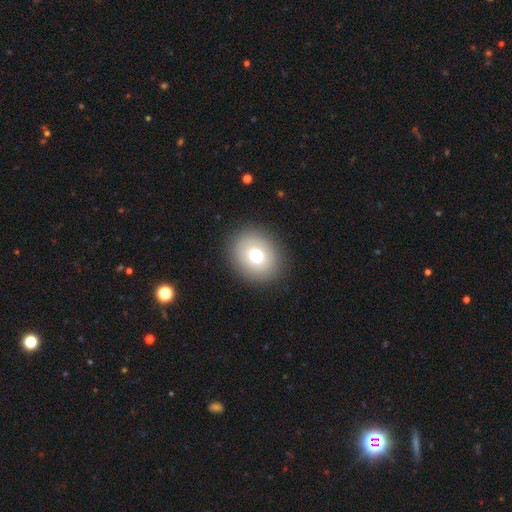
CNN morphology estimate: smooth_or_featured: smooth (p=0.73) [alt: featured or disk p=0.18]
how_rounded: round (p=0.57) [alt: in between p=0.42]
merging: none (p=0.88) [alt: minor disturbance p=0.08]